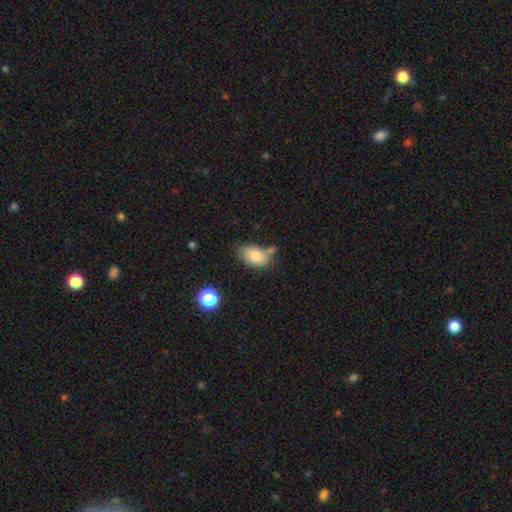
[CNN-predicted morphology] Smooth or featured? Predicted: smooth (p=0.80). How rounded? Predicted: in between (p=0.89). Merging? Predicted: none (p=0.49).